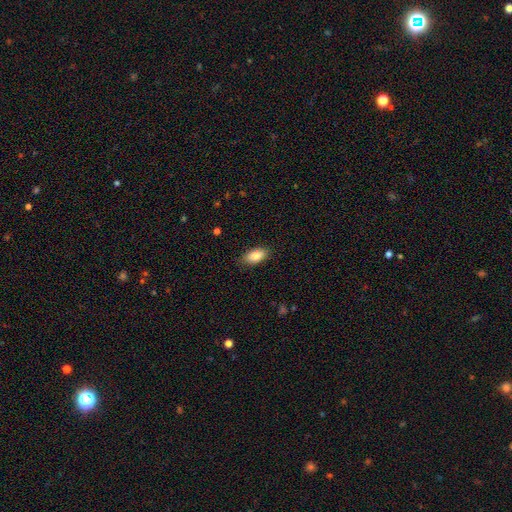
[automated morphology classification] Overall: smooth (86%). How rounded: in between (90%). Merging: none (83%).